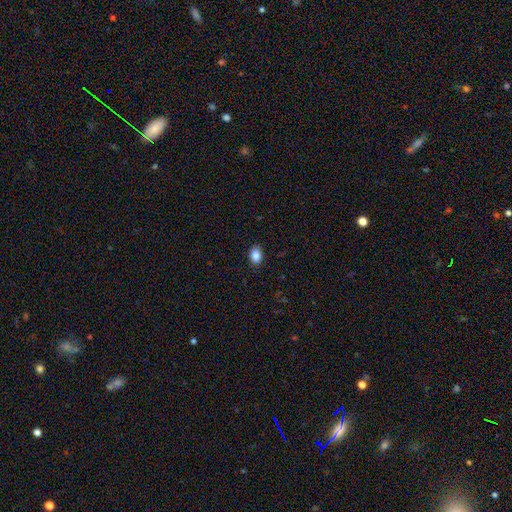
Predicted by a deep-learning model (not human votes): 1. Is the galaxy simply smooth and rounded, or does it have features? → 87% smooth, 9% star or artifact, 4% featured or disk.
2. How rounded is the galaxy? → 78% in between, 21% round, 1% cigar-shaped.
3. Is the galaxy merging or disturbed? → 89% none, 8% minor disturbance, 2% major disturbance, 1% merger.